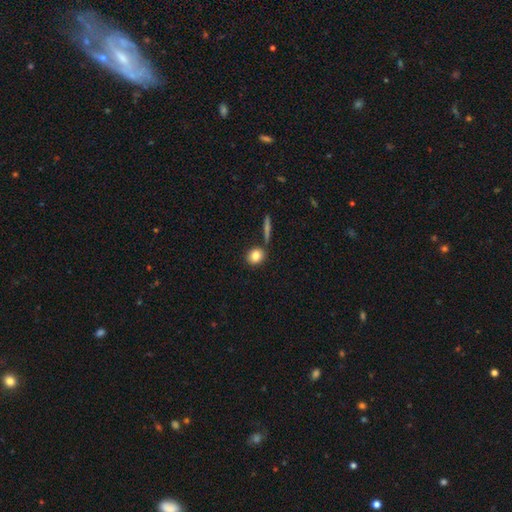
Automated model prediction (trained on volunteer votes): The model was most divided on "how rounded": round: 66%, in between: 31%, cigar-shaped: 3%. More confident: smooth or featured — smooth (83%); merging — none (78%).